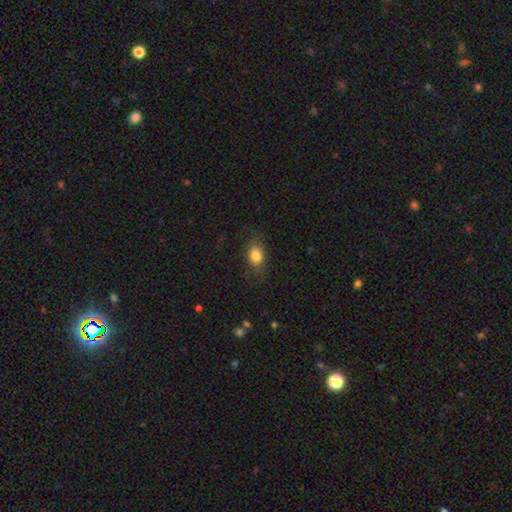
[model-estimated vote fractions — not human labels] Overall: smooth (82%). How rounded: in between (68%; round 30%). Merging: none (74%).